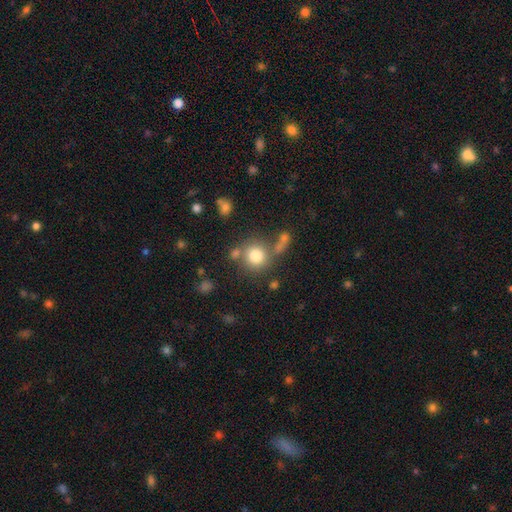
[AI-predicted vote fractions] Smooth or featured?
  - smooth: 79% *
  - star or artifact: 11%
  - featured or disk: 10%
How rounded?
  - round: 89% *
  - in between: 9%
  - cigar-shaped: 1%
Merging?
  - none: 63% *
  - merger: 19%
  - minor disturbance: 12%
  - major disturbance: 6%